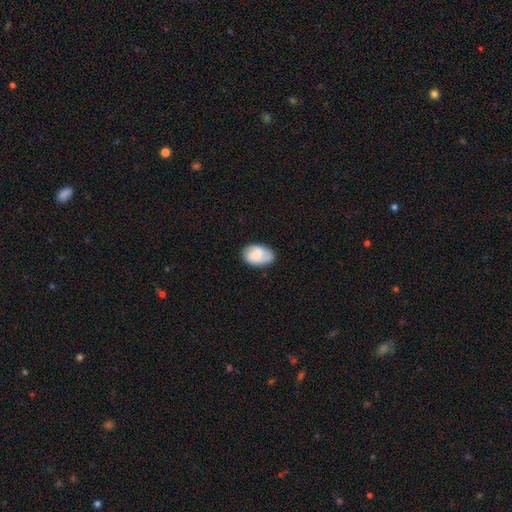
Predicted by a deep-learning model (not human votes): Morphology: type=smooth (67%); roundness=in between (88%); merging=none (74%).